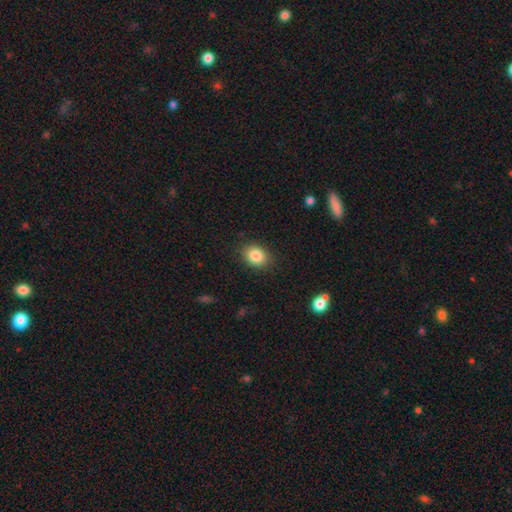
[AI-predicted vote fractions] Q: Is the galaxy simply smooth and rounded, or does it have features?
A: smooth — 85%.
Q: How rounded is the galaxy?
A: in between — 54%.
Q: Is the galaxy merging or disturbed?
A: none — 87%.